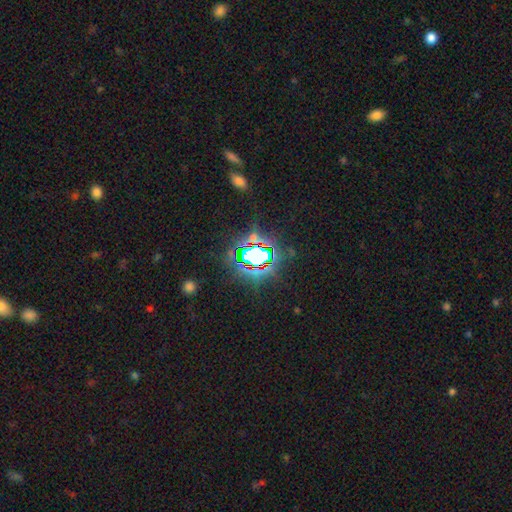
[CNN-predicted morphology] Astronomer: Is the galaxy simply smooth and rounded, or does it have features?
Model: star or artifact — 77%.